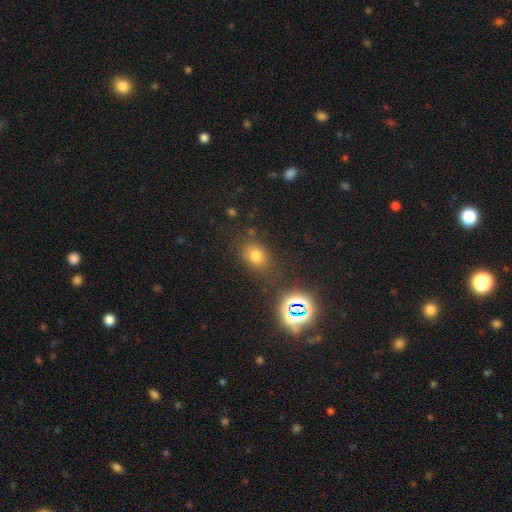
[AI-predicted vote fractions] The model was most divided on "how rounded": in between: 50%, round: 49%, cigar-shaped: 1%. More confident: merging — none (77%); smooth or featured — smooth (67%).